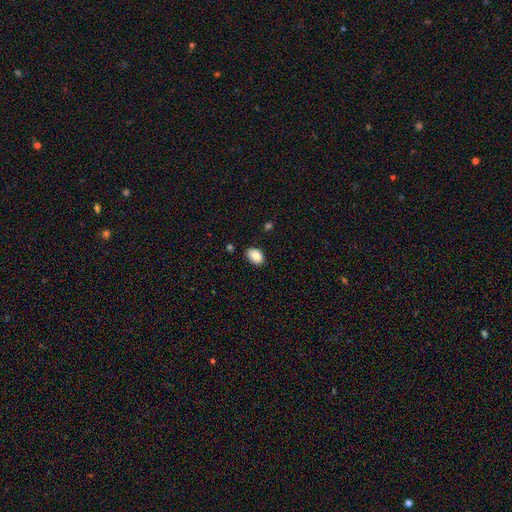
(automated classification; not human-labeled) Smooth or featured?
  - smooth: 89% *
  - star or artifact: 8%
  - featured or disk: 3%
How rounded?
  - in between: 88% *
  - round: 11%
  - cigar-shaped: 1%
Merging?
  - none: 82% *
  - minor disturbance: 14%
  - major disturbance: 2%
  - merger: 2%